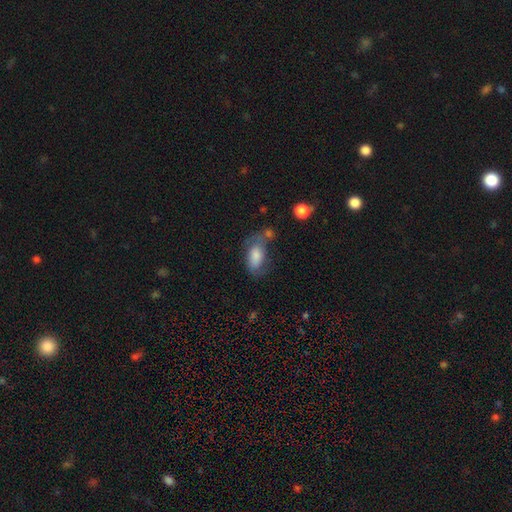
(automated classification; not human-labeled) Smooth or featured: smooth — 70% (featured or disk — 21%)
How rounded: in between — 90% (cigar-shaped — 5%)
Merging: none — 44% (minor disturbance — 27%)